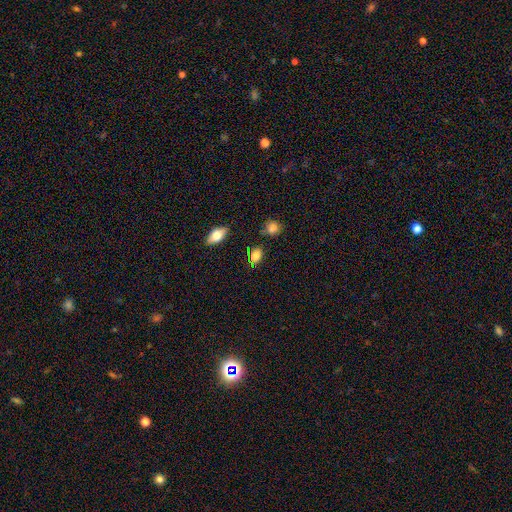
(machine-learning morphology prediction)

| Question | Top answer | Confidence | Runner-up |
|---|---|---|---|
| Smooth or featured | smooth | 76% | star or artifact (17%) |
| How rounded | in between | 64% | round (32%) |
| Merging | none | 80% | minor disturbance (13%) |